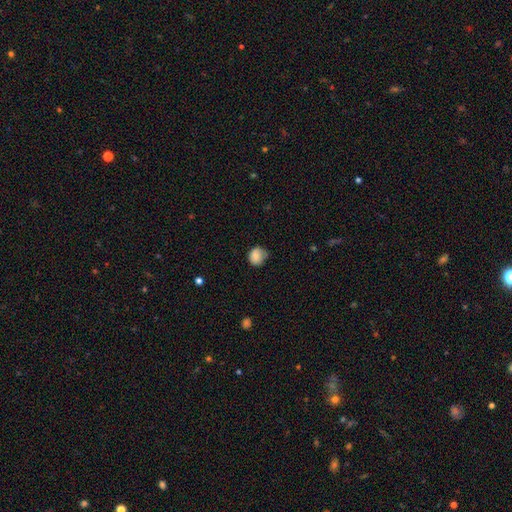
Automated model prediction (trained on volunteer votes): Smooth or featured?
  - smooth: 83% *
  - featured or disk: 9%
  - star or artifact: 8%
How rounded?
  - round: 78% *
  - in between: 21%
  - cigar-shaped: 1%
Merging?
  - none: 57% *
  - minor disturbance: 33%
  - major disturbance: 8%
  - merger: 2%